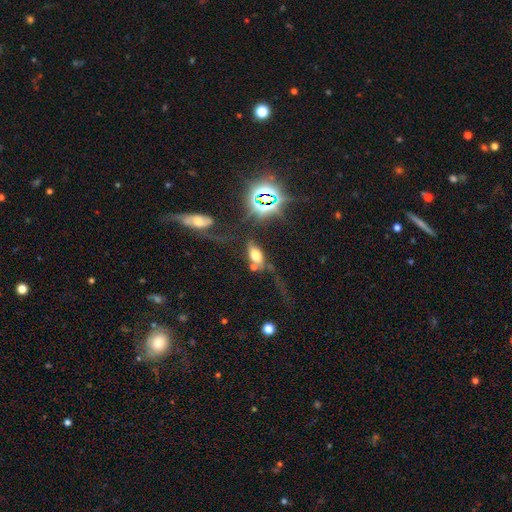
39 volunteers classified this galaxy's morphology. type=smooth (59%); roundness=in between (96%); merging=none (57%).